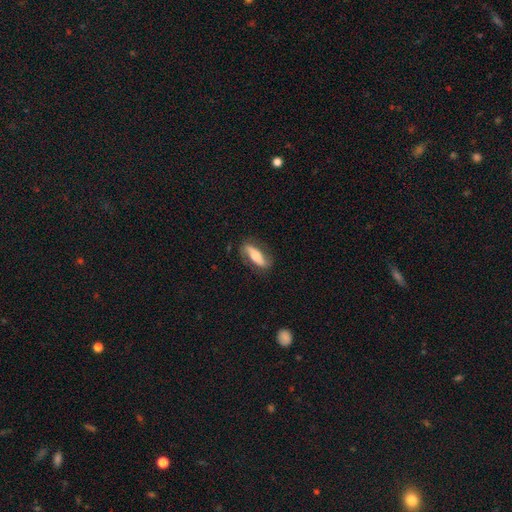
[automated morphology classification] This appears to be a featured or disk galaxy (49%). Merging: none (79%).